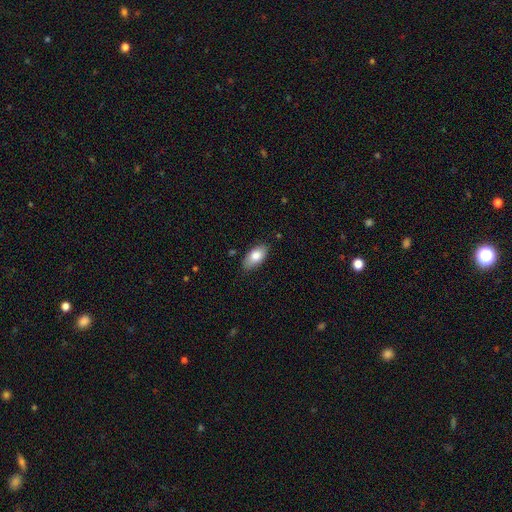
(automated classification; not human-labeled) smooth 81%, featured or disk 13%, star or artifact 7%. Down the decision tree: how rounded — in between (93%); merging — none (83%).